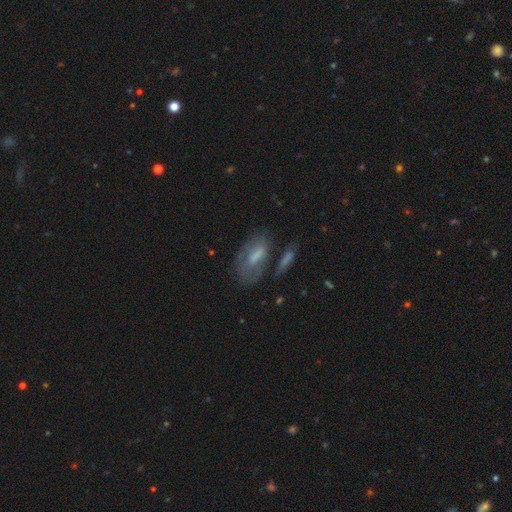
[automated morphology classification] A smooth galaxy with no disk features (51%) that is in between round and cigar-shaped (77%).

Vote fractions:
- Smooth or featured? smooth: 51% / featured or disk: 39% / star or artifact: 10%
- How rounded? in between: 77% / cigar-shaped: 18% / round: 5%
- Merging? none: 47% / minor disturbance: 22% / major disturbance: 18% / merger: 14%